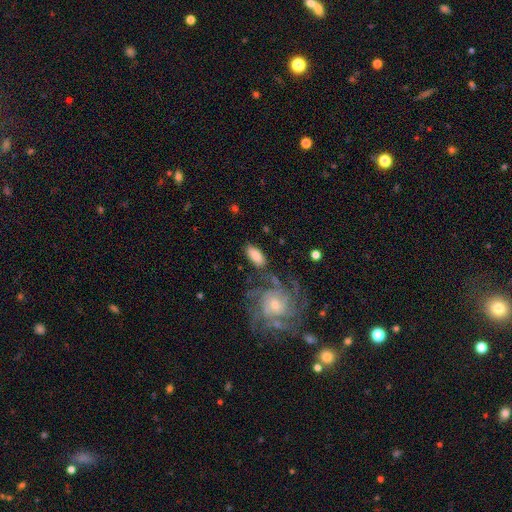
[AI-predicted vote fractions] smooth_or_featured: smooth (p=0.72) [alt: featured or disk p=0.22]
how_rounded: in between (p=0.88) [alt: cigar-shaped p=0.08]
merging: none (p=0.69) [alt: minor disturbance p=0.15]